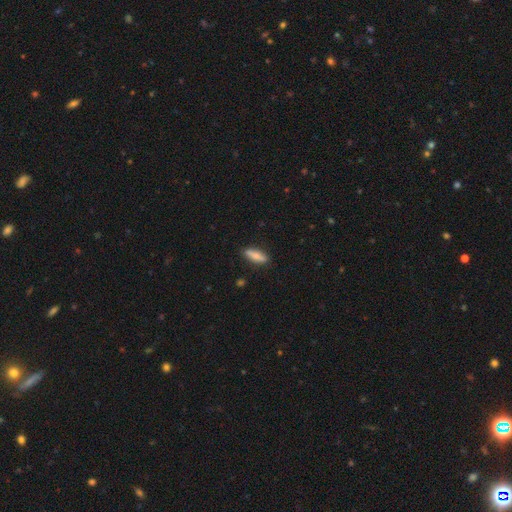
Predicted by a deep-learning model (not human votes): Smooth or featured? smooth (78%)
How rounded? cigar-shaped (54%)
Merging? none (86%)